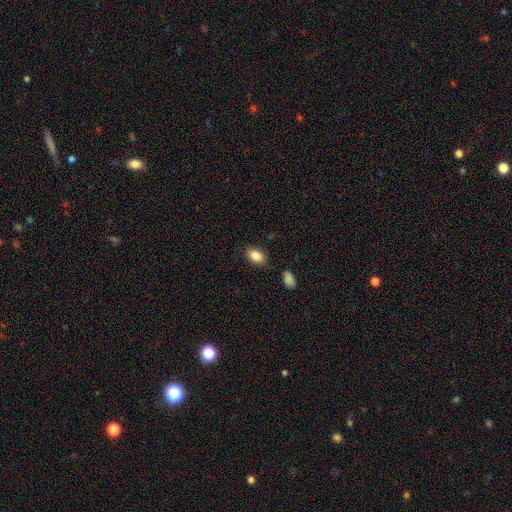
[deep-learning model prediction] Overall: smooth (86%). How rounded: in between (89%). Merging: none (83%).